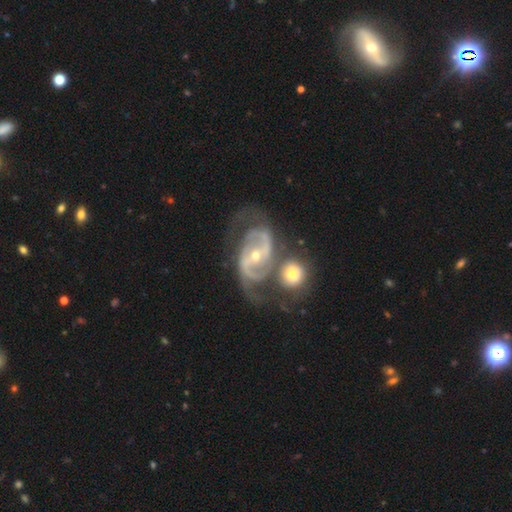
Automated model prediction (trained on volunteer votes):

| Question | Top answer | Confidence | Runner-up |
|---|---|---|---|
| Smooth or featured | featured or disk | 91% | star or artifact (5%) |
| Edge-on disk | no | 97% | yes (3%) |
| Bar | weak | 36% | strong (34%) |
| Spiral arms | yes | 97% | no (3%) |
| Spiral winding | medium | 55% | tight (25%) |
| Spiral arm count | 2 | 85% | can't tell (5%) |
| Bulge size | small | 54% | moderate (43%) |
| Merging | none | 44% | merger (25%) |